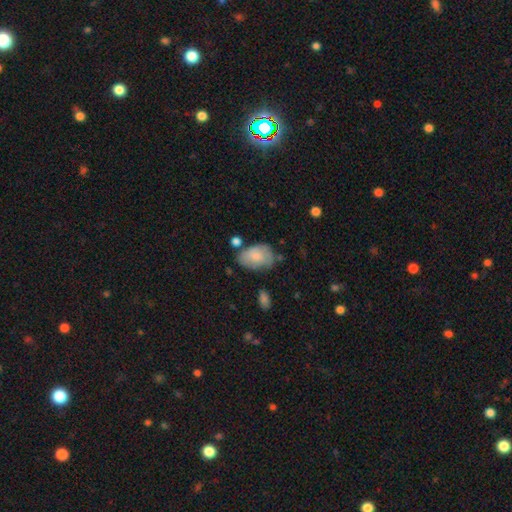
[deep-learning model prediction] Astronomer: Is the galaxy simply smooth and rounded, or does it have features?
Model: smooth — 75%.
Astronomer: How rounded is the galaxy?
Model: in between — 86%.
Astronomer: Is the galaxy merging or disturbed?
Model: none — 49% (runner-up: minor disturbance, 31%).